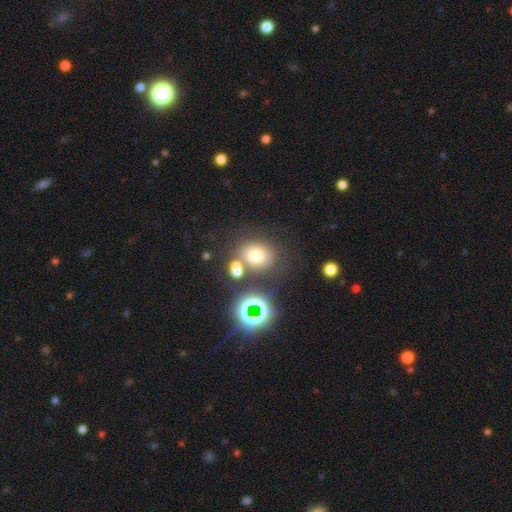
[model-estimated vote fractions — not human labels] Q: Smooth or featured?
A: smooth (66%); runner-up: star or artifact (21%)
Q: How rounded?
A: round (62%); runner-up: in between (36%)
Q: Merging?
A: none (65%); runner-up: merger (17%)